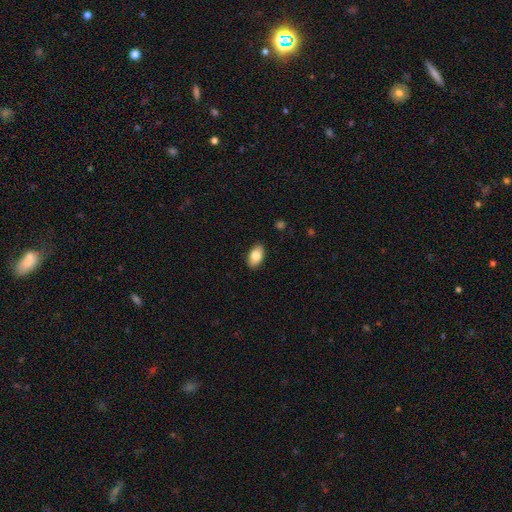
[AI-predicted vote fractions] A smooth galaxy with no disk features (81%) that is in between round and cigar-shaped (93%).

Vote fractions:
- Smooth or featured? smooth: 81% / featured or disk: 12% / star or artifact: 7%
- How rounded? in between: 93% / round: 4% / cigar-shaped: 2%
- Merging? none: 89% / minor disturbance: 8% / major disturbance: 2% / merger: 1%